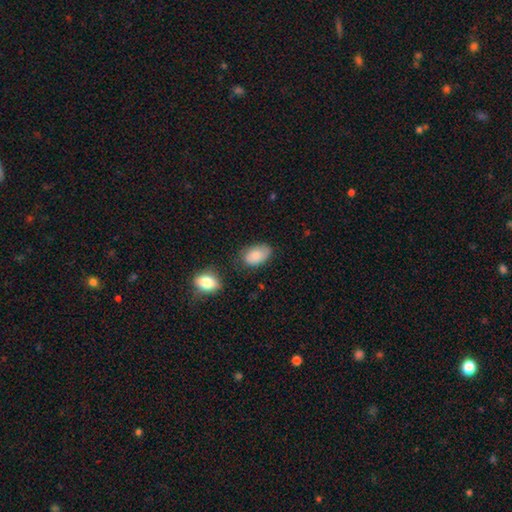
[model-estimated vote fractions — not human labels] smooth 82%, featured or disk 11%, star or artifact 7%. Down the decision tree: how rounded — in between (92%); merging — none (64%).